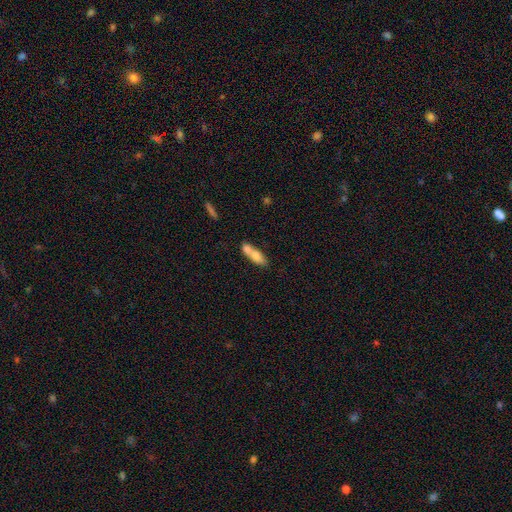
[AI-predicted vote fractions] This is likely a smooth galaxy (70%). How rounded: likely in between (64%). Merging: possibly merger (59%).